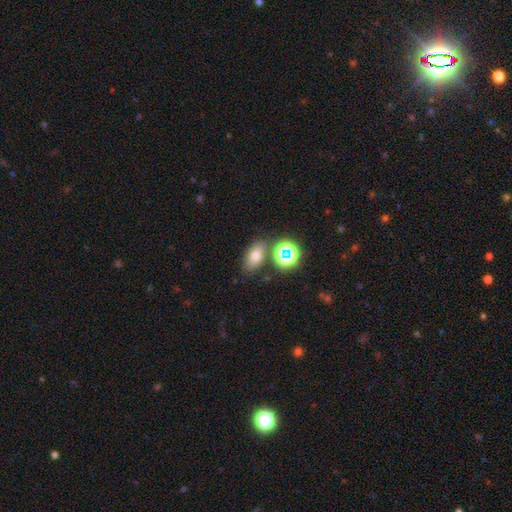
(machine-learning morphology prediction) Smooth or featured? Predicted: smooth (p=0.68). How rounded? Predicted: in between (p=0.80). Merging? Predicted: none (p=0.73).